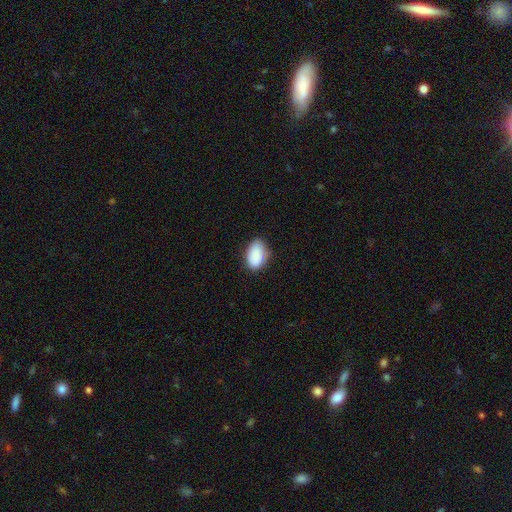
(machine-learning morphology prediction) Overall: smooth (88%). How rounded: in between (89%). Merging: none (74%).